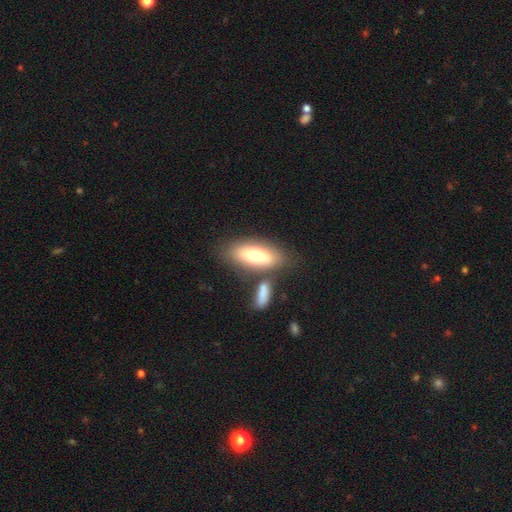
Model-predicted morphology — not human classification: This is likely a smooth galaxy (71%). How rounded: likely in between (74%). Merging: likely none (61%).